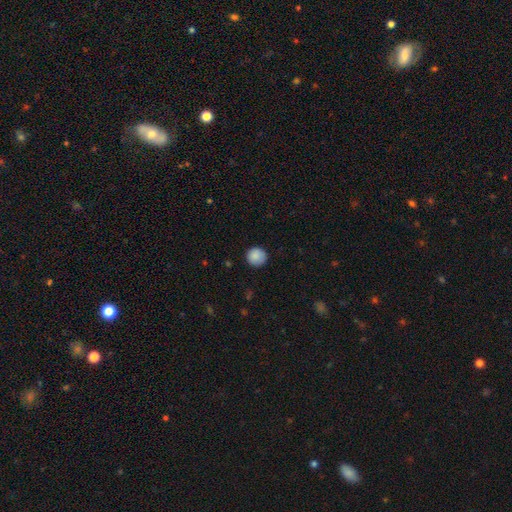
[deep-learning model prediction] Morphology: type=smooth (88%); roundness=round (94%); merging=none (89%).